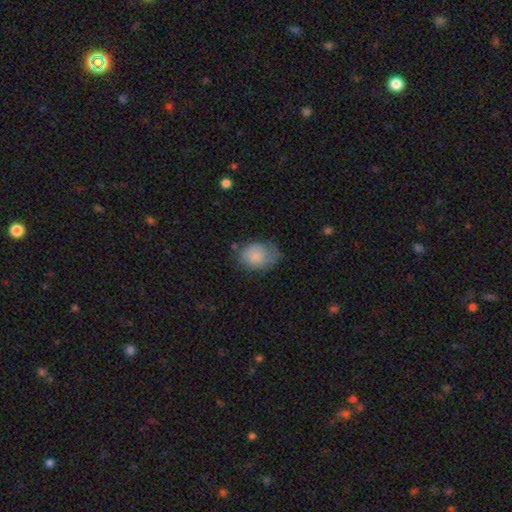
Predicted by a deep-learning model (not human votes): smooth 65%, featured or disk 28%, star or artifact 7%. Down the decision tree: how rounded — in between (66%); merging — none (44%).